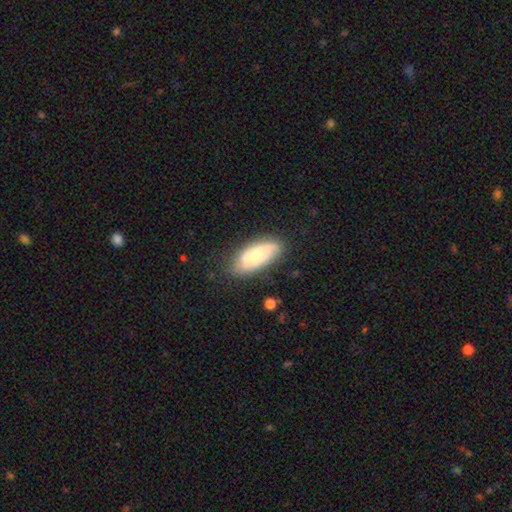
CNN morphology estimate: The model was most divided on "smooth or featured": smooth: 56%, featured or disk: 37%, star or artifact: 7%. More confident: how rounded — in between (80%); merging — none (72%).